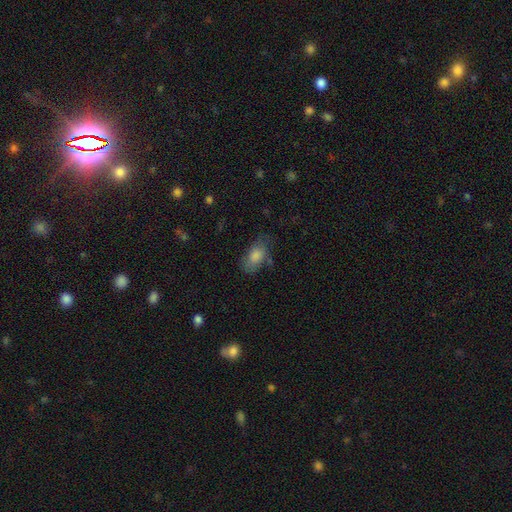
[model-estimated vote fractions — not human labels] This is likely a smooth galaxy (72%). How rounded: clearly in between (88%). Merging: likely none (67%).